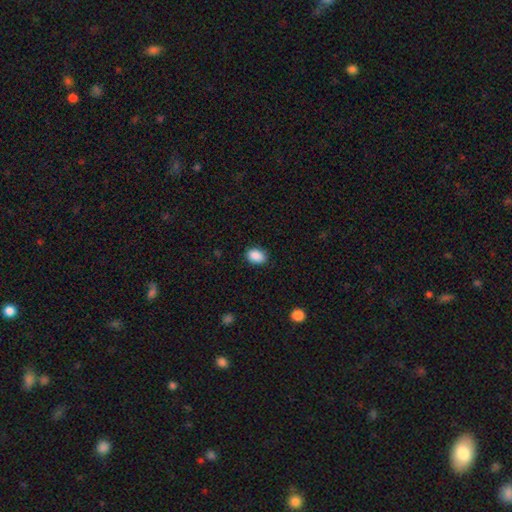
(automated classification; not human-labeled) Smooth or featured? Predicted: smooth (p=0.89). How rounded? Predicted: in between (p=0.76). Merging? Predicted: none (p=0.87).